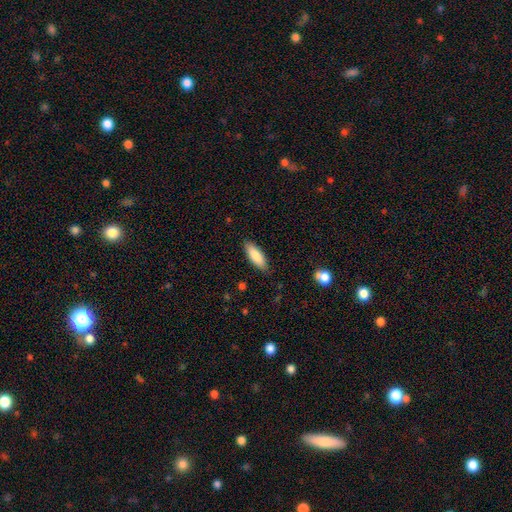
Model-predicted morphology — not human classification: Smooth or featured? Predicted: smooth (p=0.85). How rounded? Predicted: in between (p=0.59). Merging? Predicted: none (p=0.86).